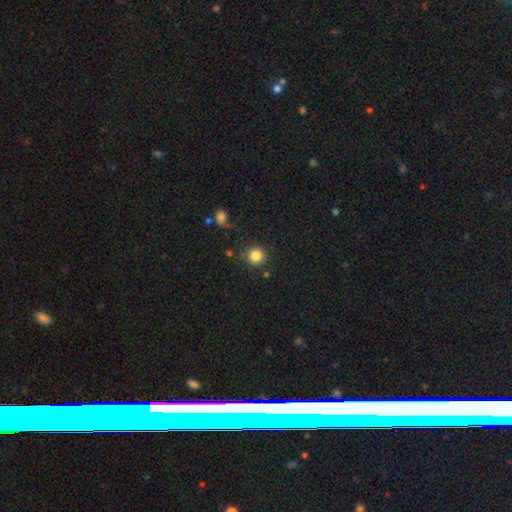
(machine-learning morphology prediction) Smooth or featured? smooth (84%)
How rounded? round (94%)
Merging? none (82%)